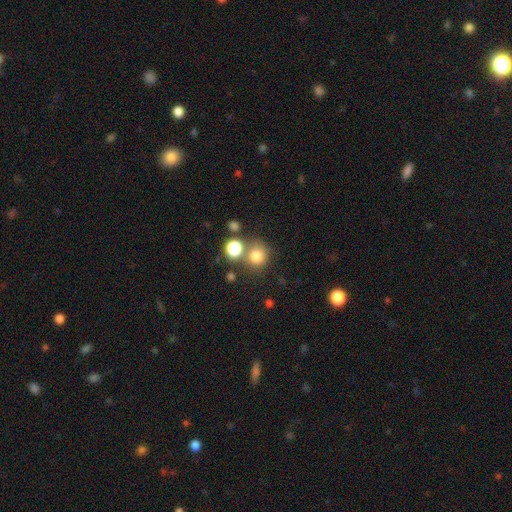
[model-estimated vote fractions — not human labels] The model was most divided on "merging": none: 64%, merger: 22%, minor disturbance: 10%, major disturbance: 4%. More confident: how rounded — round (86%); smooth or featured — smooth (77%).